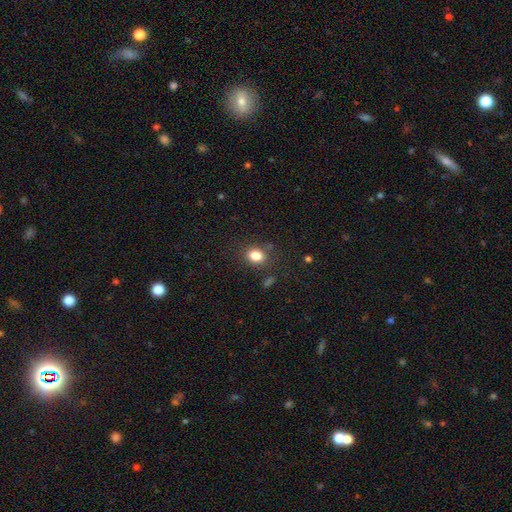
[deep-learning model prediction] This is clearly a smooth galaxy (82%). How rounded: possibly round (50%). Merging: clearly none (81%).